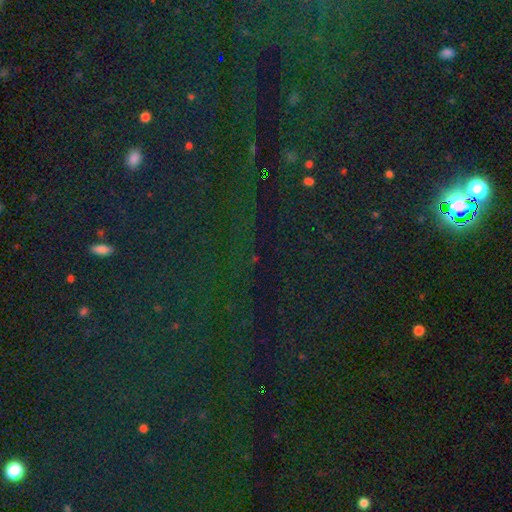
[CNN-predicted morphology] type=star or artifact (82%).